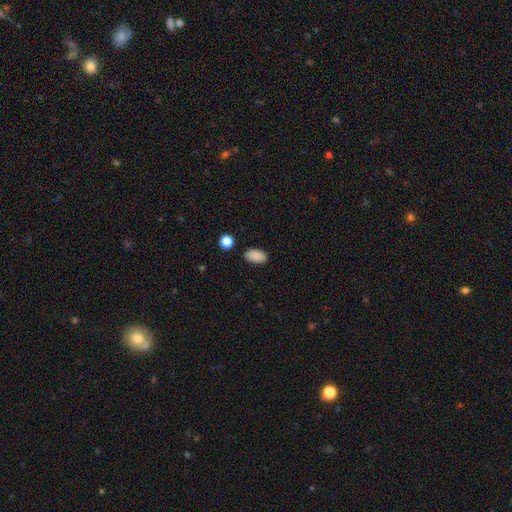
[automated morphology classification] A smooth galaxy with no disk features (88%) that is in between round and cigar-shaped (94%). Merging: none (87%).